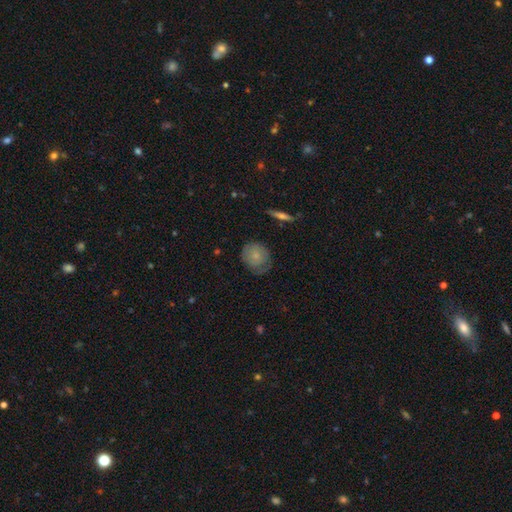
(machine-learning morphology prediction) Smooth or featured? Predicted: smooth (p=0.68). How rounded? Predicted: round (p=0.74). Merging? Predicted: none (p=0.60).